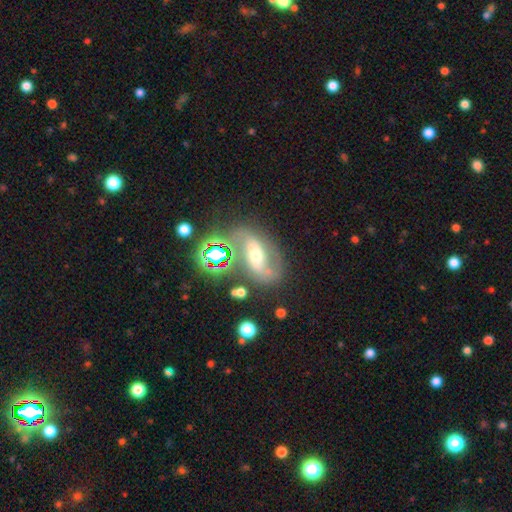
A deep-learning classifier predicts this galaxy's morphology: smooth-or-featured: featured or disk: 71% | smooth: 15% | star or artifact: 14%
  disk-edge-on: no: 93% | yes: 7%
    bar: strong: 38% | weak: 32% | no: 29%
    has-spiral-arms: yes: 85% | no: 15%
      spiral-winding: medium: 42% | loose: 39% | tight: 19%
      spiral-arm-count: 2: 84% | can't tell: 8% | 1: 5% | 3: 2% | 4: 1% | more than 4: 1%
    bulge-size: moderate: 58% | small: 34% | large: 5% | none: 2% | dominant: 1%
  merging: none: 60% | minor disturbance: 18% | major disturbance: 12% | merger: 9%